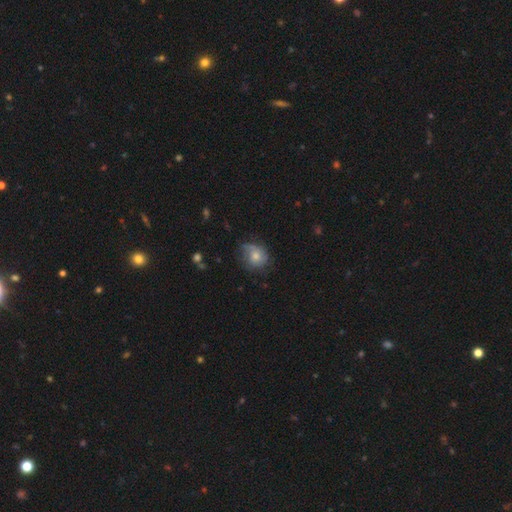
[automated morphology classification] Smooth or featured? Predicted: smooth (p=0.57). How rounded? Predicted: round (p=0.70). Merging? Predicted: none (p=0.53).